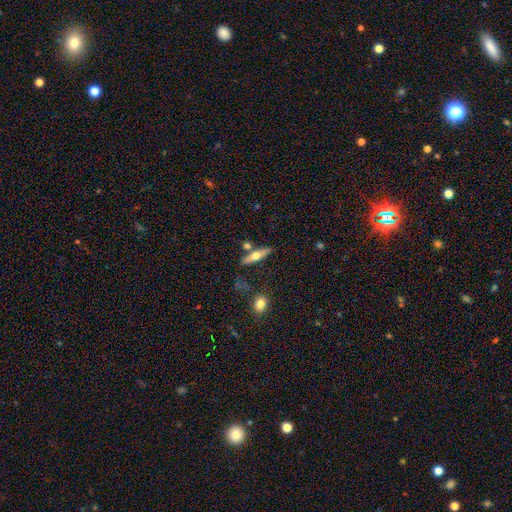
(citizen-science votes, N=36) A featured or disk galaxy (64%) viewed edge-on (87%) with a rounded central bulge (95%). Merging: none (51%).